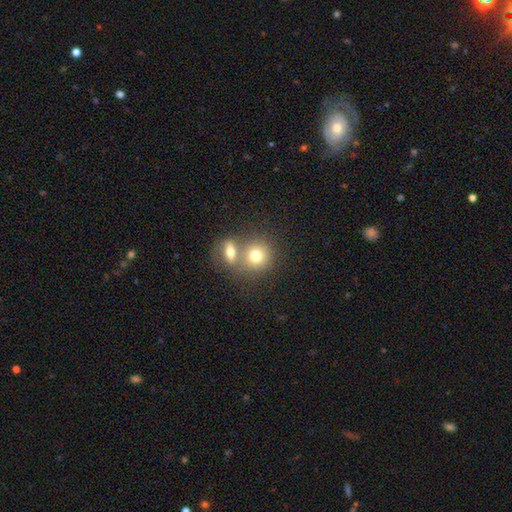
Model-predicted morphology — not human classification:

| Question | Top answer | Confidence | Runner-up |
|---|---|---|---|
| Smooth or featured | smooth | 74% | featured or disk (16%) |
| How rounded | round | 78% | in between (21%) |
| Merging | merger | 44% | tied: none (44%) |